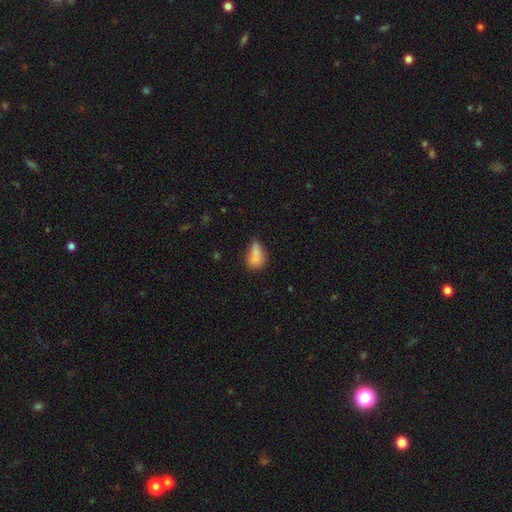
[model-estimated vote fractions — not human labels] Smooth or featured? smooth (78%)
How rounded? in between (82%)
Merging? none (40%)